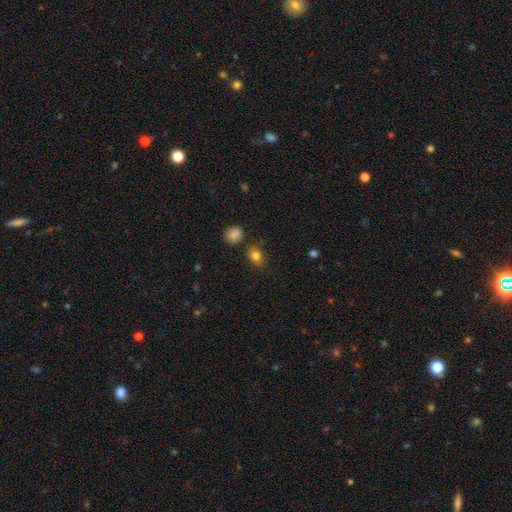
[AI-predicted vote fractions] Overall: smooth (82%). How rounded: in between (55%; round 44%). Merging: none (77%).